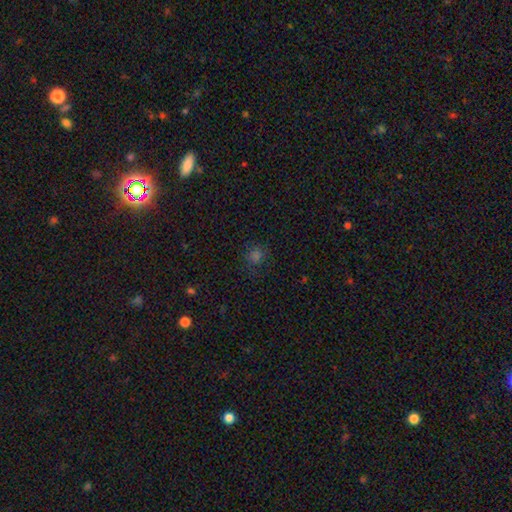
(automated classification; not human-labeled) A smooth galaxy with no disk features (67%) that is round (86%).

Vote fractions:
- Smooth or featured? smooth: 67% / star or artifact: 27% / featured or disk: 6%
- How rounded? round: 86% / in between: 13% / cigar-shaped: 1%
- Merging? none: 82% / minor disturbance: 12% / major disturbance: 4% / merger: 2%